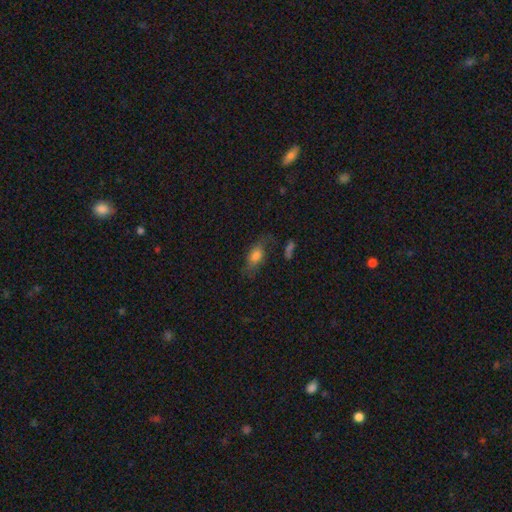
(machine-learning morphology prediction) type=smooth (71%); roundness=in between (80%); merging=none (59%).